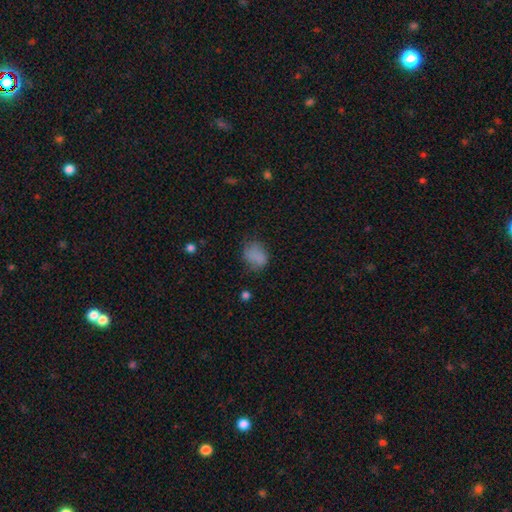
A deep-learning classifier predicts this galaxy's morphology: A smooth galaxy with no disk features (79%) that is in between round and cigar-shaped (56%).

Vote fractions:
- Smooth or featured? smooth: 79% / star or artifact: 11% / featured or disk: 10%
- How rounded? in between: 56% / round: 43% / cigar-shaped: 1%
- Merging? none: 57% / minor disturbance: 28% / major disturbance: 12% / merger: 2%